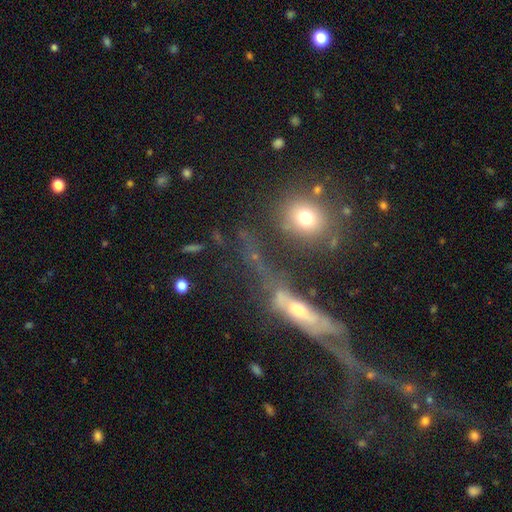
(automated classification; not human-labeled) A smooth galaxy with no disk features (40%). Merging: none (47%).